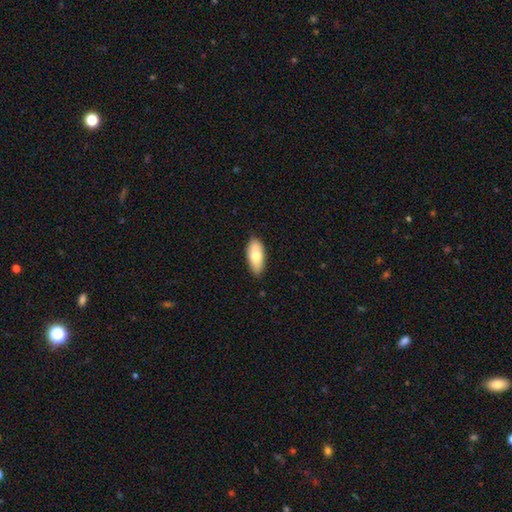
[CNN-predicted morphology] Smooth or featured?
  - smooth: 73% *
  - featured or disk: 21%
  - star or artifact: 6%
How rounded?
  - in between: 85% *
  - cigar-shaped: 12%
  - round: 2%
Merging?
  - none: 84% *
  - minor disturbance: 13%
  - major disturbance: 2%
  - merger: 1%